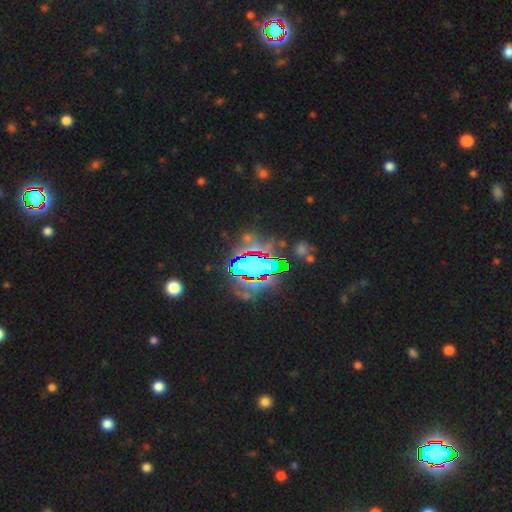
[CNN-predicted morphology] star or artifact 75%, featured or disk 14%, smooth 11%.